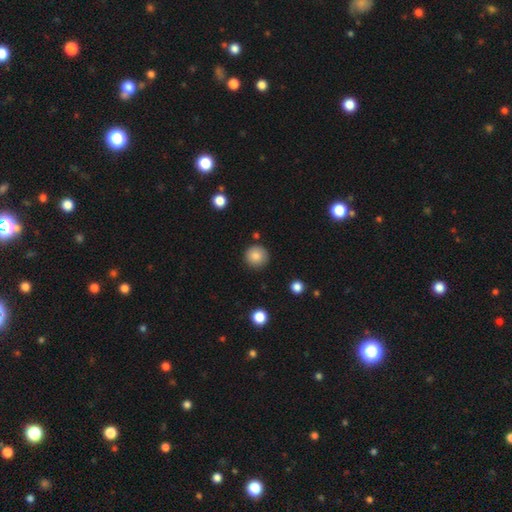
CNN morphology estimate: A smooth galaxy with no disk features (85%) that is round (94%). Merging: none (88%).